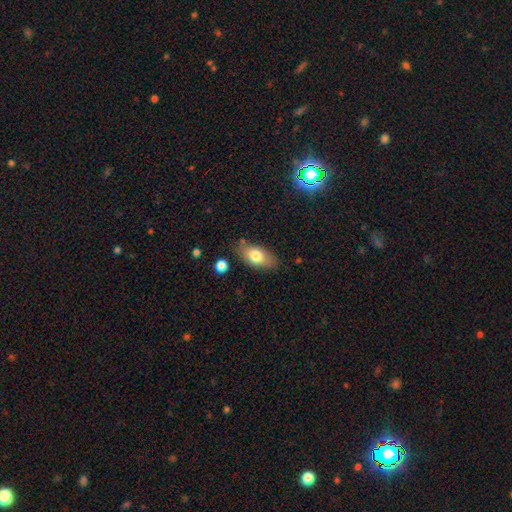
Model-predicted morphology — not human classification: This appears to be a smooth galaxy with no disk features (76%) that is in between round and cigar-shaped (89%). Merging: none (77%).